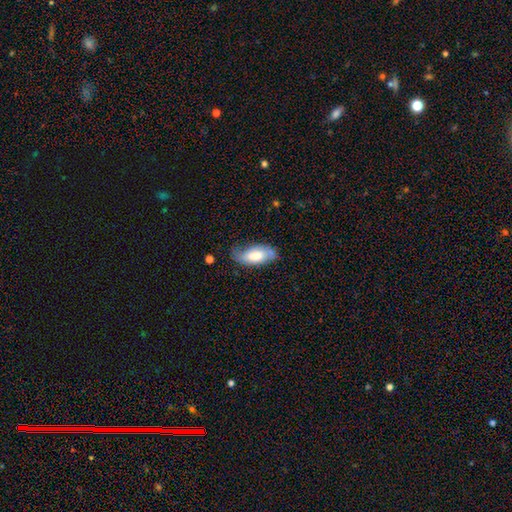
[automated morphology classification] Smooth or featured? Predicted: smooth (p=0.66). How rounded? Predicted: in between (p=0.88). Merging? Predicted: none (p=0.58).